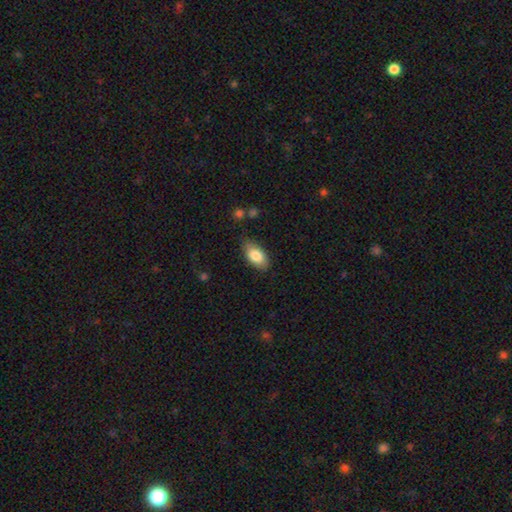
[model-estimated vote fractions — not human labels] Smooth or featured: smooth — 83% (featured or disk — 11%)
How rounded: in between — 92% (cigar-shaped — 4%)
Merging: none — 78% (minor disturbance — 17%)